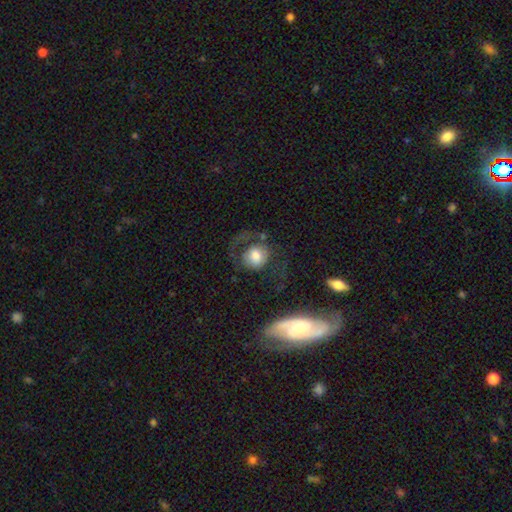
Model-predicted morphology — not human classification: This appears to be a smooth galaxy with no disk features (56%) that is round (76%). Merging: none (43%).